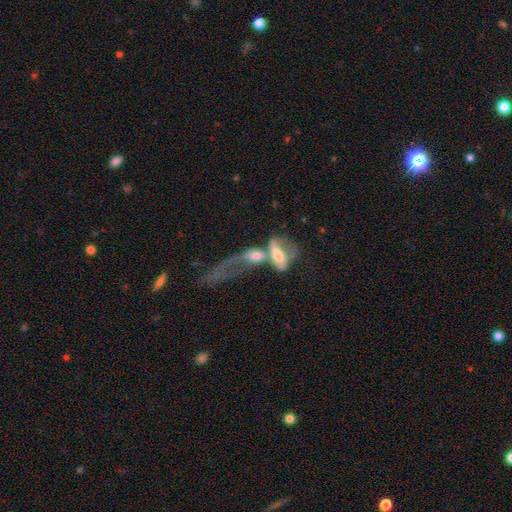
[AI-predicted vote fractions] The model was most divided on "smooth or featured": featured or disk: 47%, smooth: 43%, star or artifact: 9%. More confident: merging — merger (69%).